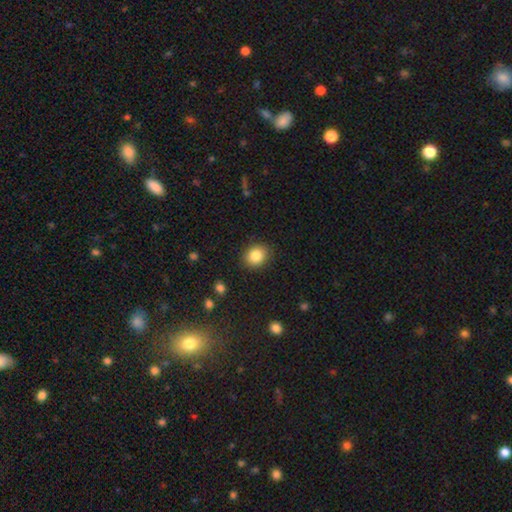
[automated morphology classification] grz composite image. It shows a smooth galaxy with no disk features (85%) that is round (66%). Merging: none (88%).